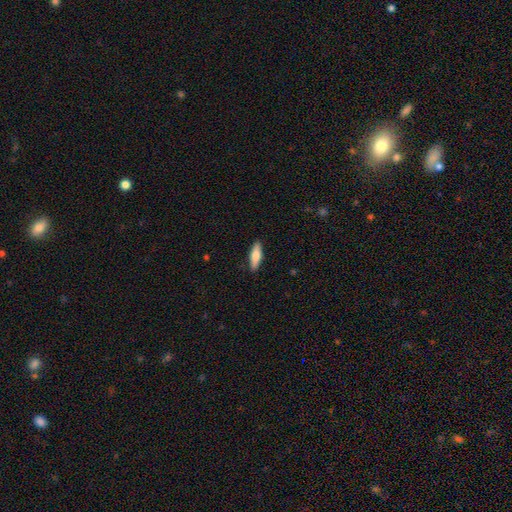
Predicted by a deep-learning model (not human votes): smooth_or_featured: smooth (p=0.74) [alt: featured or disk p=0.21]
how_rounded: cigar-shaped (p=0.57) [alt: in between p=0.41]
merging: none (p=0.89) [alt: minor disturbance p=0.08]